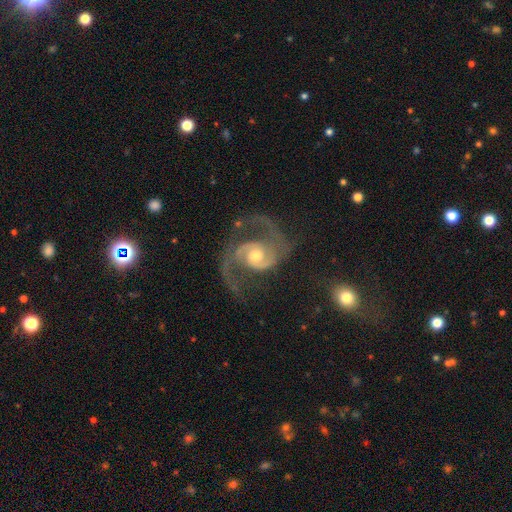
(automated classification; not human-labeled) The model was most divided on "bar": no: 62%, weak: 31%, strong: 7%. More confident: edge-on disk — no (98%); spiral arms — yes (98%); smooth or featured — featured or disk (91%); spiral arm count — 2 (89%); merging — none (67%); bulge size — moderate (63%); spiral winding — medium (59%).